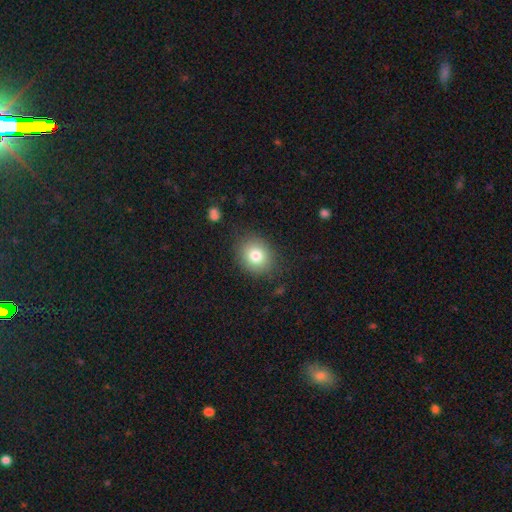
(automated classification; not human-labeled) Q: Smooth or featured?
A: smooth (79%); runner-up: star or artifact (10%)
Q: How rounded?
A: round (70%); runner-up: in between (29%)
Q: Merging?
A: none (84%); runner-up: minor disturbance (11%)